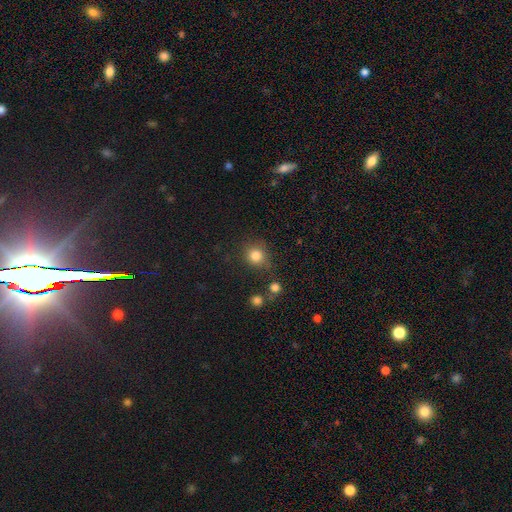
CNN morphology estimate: type=smooth (83%); roundness=round (85%); merging=none (72%).